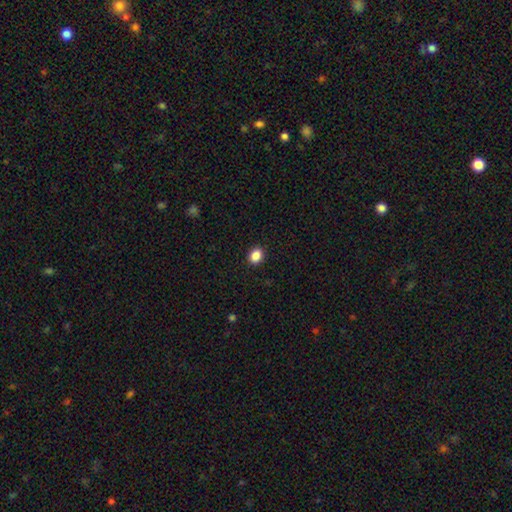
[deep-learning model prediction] Smooth or featured?
  - smooth: 87% *
  - star or artifact: 10%
  - featured or disk: 3%
How rounded?
  - round: 52% *
  - in between: 47%
  - cigar-shaped: 1%
Merging?
  - none: 91% *
  - minor disturbance: 6%
  - major disturbance: 2%
  - merger: 1%